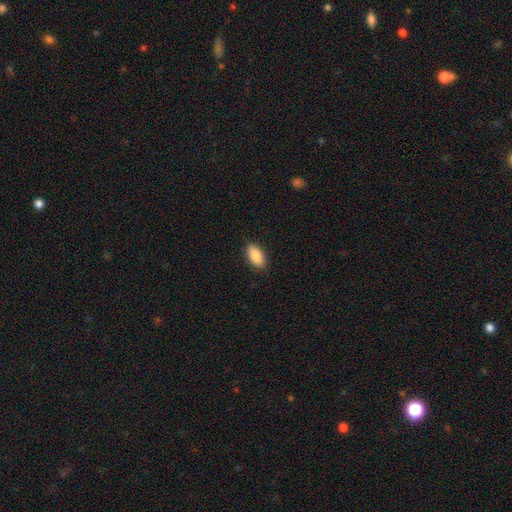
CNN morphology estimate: Smooth or featured?
  - smooth: 88% *
  - star or artifact: 7%
  - featured or disk: 5%
How rounded?
  - in between: 93% *
  - round: 4%
  - cigar-shaped: 3%
Merging?
  - none: 89% *
  - minor disturbance: 8%
  - major disturbance: 2%
  - merger: 1%